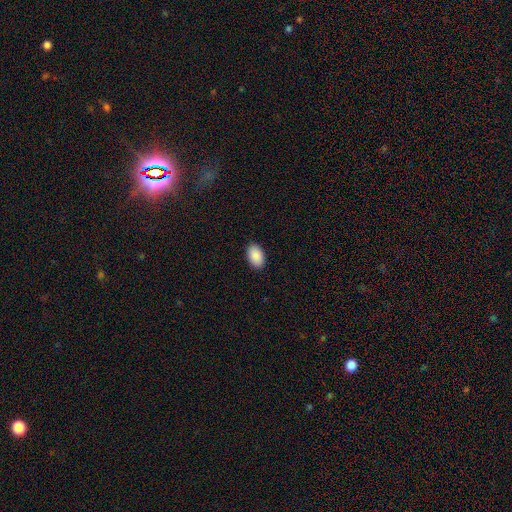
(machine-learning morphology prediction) Smooth or featured: smooth — 90% (star or artifact — 7%)
How rounded: in between — 93% (round — 6%)
Merging: none — 90% (minor disturbance — 8%)